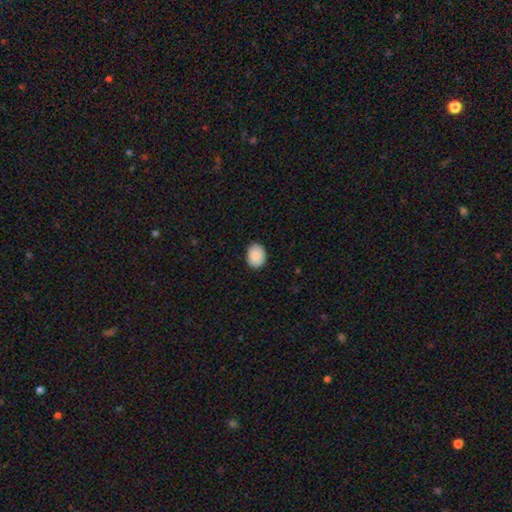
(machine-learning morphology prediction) Smooth or featured? smooth (89%)
How rounded? in between (64%)
Merging? none (87%)